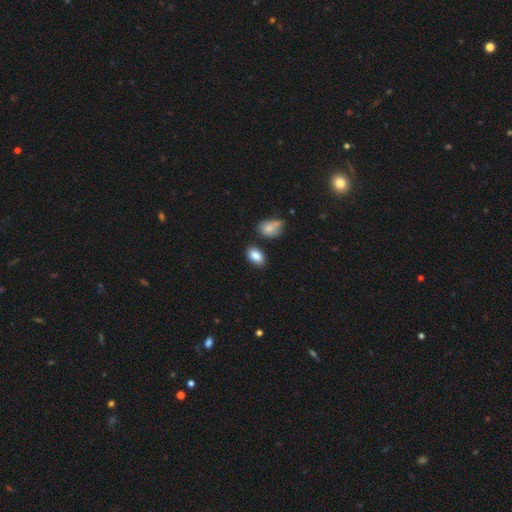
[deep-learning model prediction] Smooth or featured?
  - smooth: 86% *
  - star or artifact: 8%
  - featured or disk: 6%
How rounded?
  - in between: 88% *
  - round: 10%
  - cigar-shaped: 2%
Merging?
  - none: 77% *
  - minor disturbance: 14%
  - merger: 6%
  - major disturbance: 3%